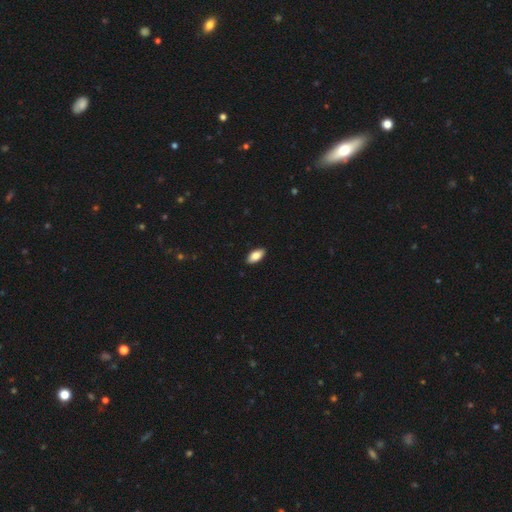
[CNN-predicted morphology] Smooth or featured? Predicted: smooth (p=0.83). How rounded? Predicted: in between (p=0.90). Merging? Predicted: none (p=0.90).